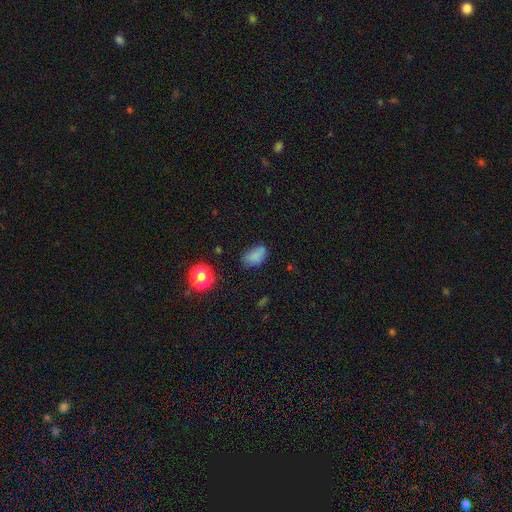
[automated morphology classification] This is likely a smooth galaxy (76%). How rounded: clearly in between (85%). Merging: likely none (60%).